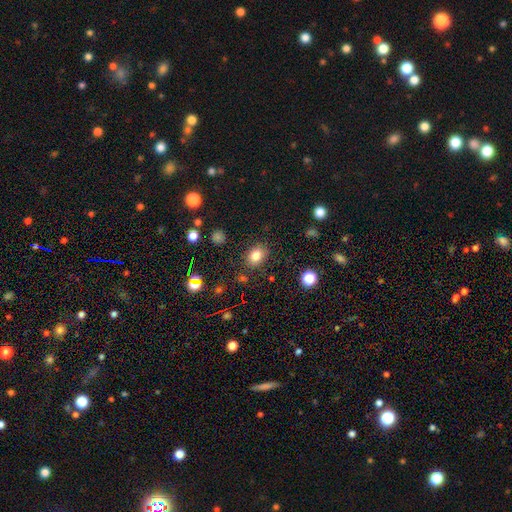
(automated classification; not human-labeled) smooth-or-featured: smooth: 80% | star or artifact: 12% | featured or disk: 7%
  how-rounded: in between: 59% | round: 40% | cigar-shaped: 1%
  merging: none: 83% | minor disturbance: 11% | major disturbance: 3% | merger: 3%